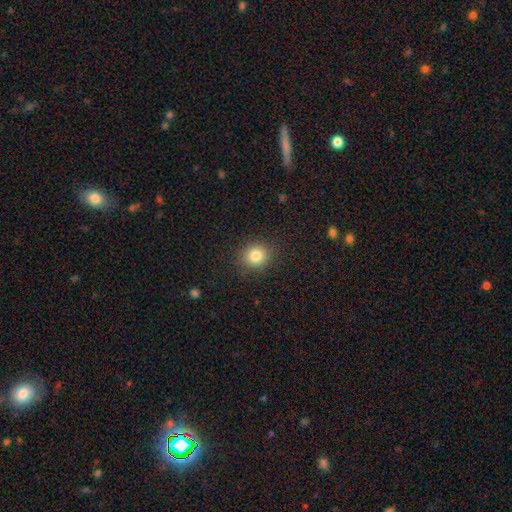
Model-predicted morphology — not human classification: Q: Smooth or featured?
A: smooth (83%); runner-up: star or artifact (11%)
Q: How rounded?
A: round (81%); runner-up: in between (18%)
Q: Merging?
A: none (88%); runner-up: minor disturbance (8%)